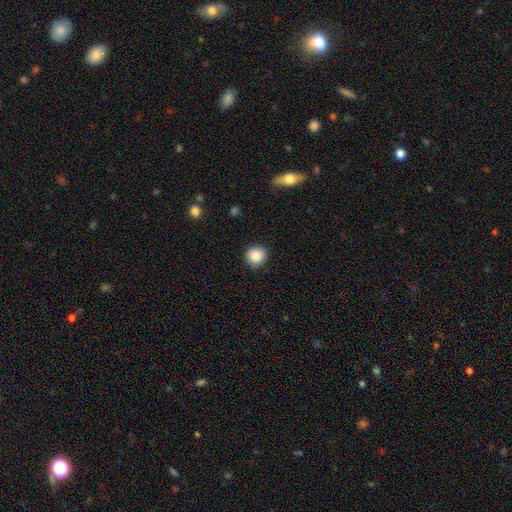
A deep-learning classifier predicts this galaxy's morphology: smooth 87%, star or artifact 9%, featured or disk 4%. Down the decision tree: how rounded — round (91%); merging — none (89%).